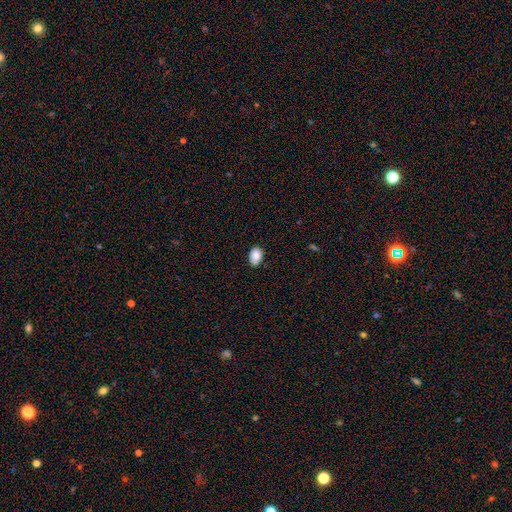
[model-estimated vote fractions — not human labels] Smooth or featured: smooth — 85% (star or artifact — 8%)
How rounded: in between — 84% (round — 14%)
Merging: none — 78% (minor disturbance — 18%)